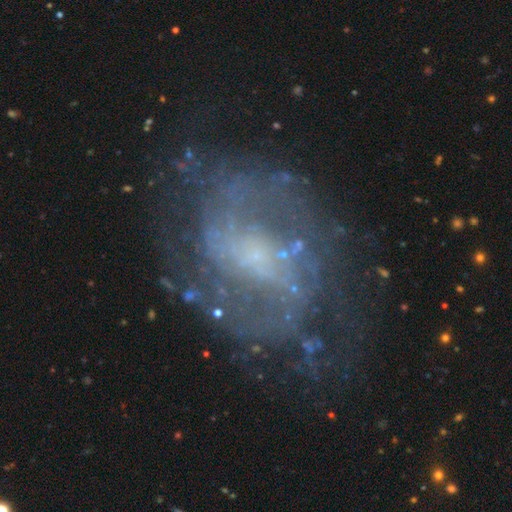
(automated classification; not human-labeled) This is likely a featured or disk galaxy (79%). It is clearly not viewed edge-on (97%). Bar: possibly no (52%). Spiral arm pattern: likely yes (78%). Spiral arm count: possibly 2 (49%). Spiral winding: marginally medium (43%). Central bulge: possibly small (55%). Merging: likely none (66%).